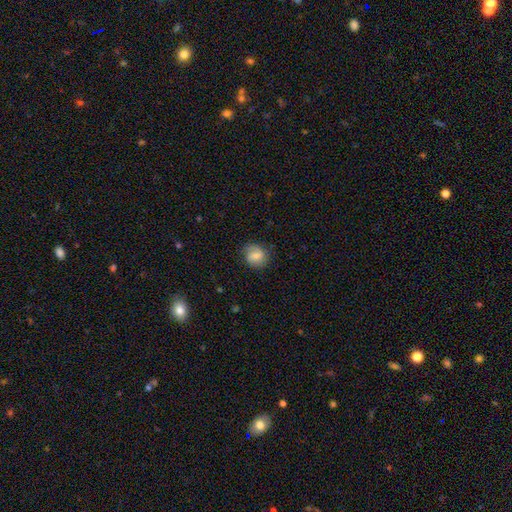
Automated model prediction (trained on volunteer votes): Smooth or featured? smooth (72%)
How rounded? round (73%)
Merging? none (75%)